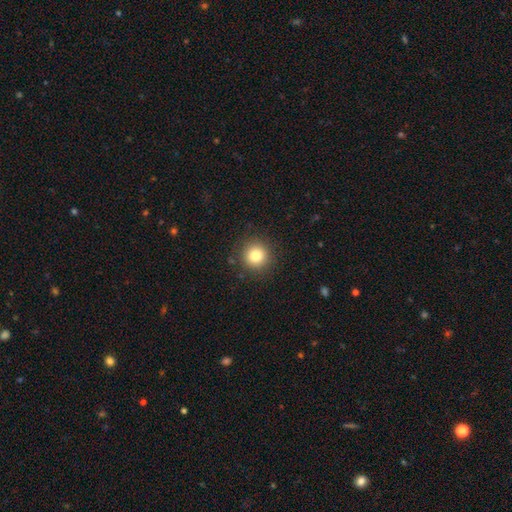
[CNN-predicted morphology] Smooth or featured?
  - smooth: 82% *
  - star or artifact: 11%
  - featured or disk: 7%
How rounded?
  - round: 94% *
  - in between: 5%
  - cigar-shaped: 1%
Merging?
  - none: 90% *
  - minor disturbance: 6%
  - major disturbance: 2%
  - merger: 1%